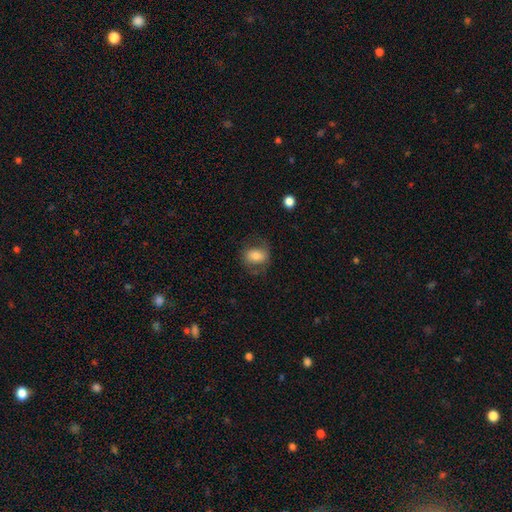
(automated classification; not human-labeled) Q: Smooth or featured?
A: smooth (66%); runner-up: featured or disk (26%)
Q: How rounded?
A: in between (62%); runner-up: round (37%)
Q: Merging?
A: none (65%); runner-up: minor disturbance (20%)